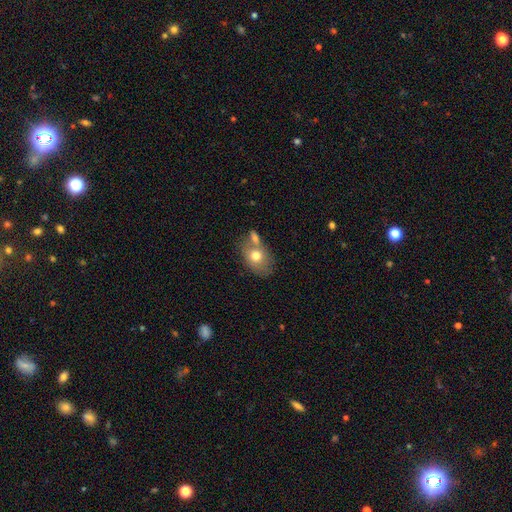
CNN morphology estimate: The model was most divided on "merging": none: 42%, merger: 37%, minor disturbance: 15%, major disturbance: 6%. More confident: smooth or featured — smooth (72%); how rounded — in between (70%).